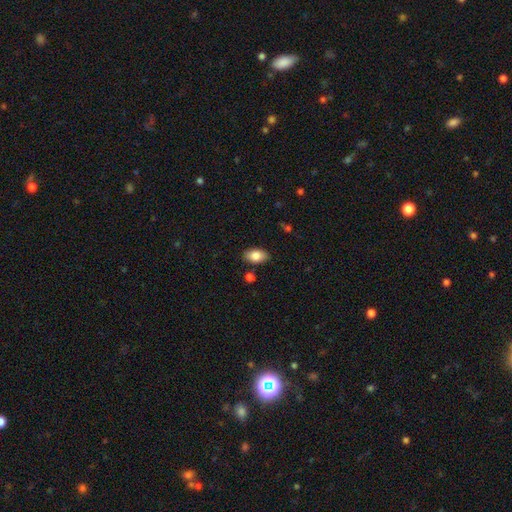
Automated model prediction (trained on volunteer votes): The model was most divided on "merging": none: 85%, minor disturbance: 10%, merger: 3%, major disturbance: 2%. More confident: how rounded — in between (92%); smooth or featured — smooth (84%).